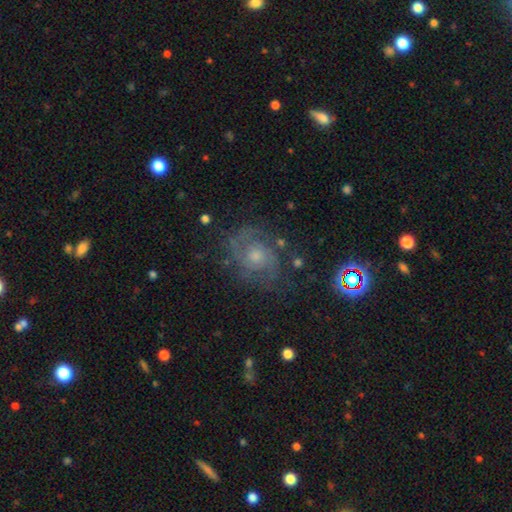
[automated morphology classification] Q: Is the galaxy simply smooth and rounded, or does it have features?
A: featured or disk — 61%.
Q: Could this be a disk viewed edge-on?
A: no — 97%.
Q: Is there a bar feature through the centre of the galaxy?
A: no — 74%.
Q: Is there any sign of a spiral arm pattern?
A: yes — 88%.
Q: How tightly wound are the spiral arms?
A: tight — 51%.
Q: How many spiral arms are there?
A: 2 — 39%.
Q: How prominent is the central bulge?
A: moderate — 45%, tied with small.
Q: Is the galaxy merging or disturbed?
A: none — 74%.